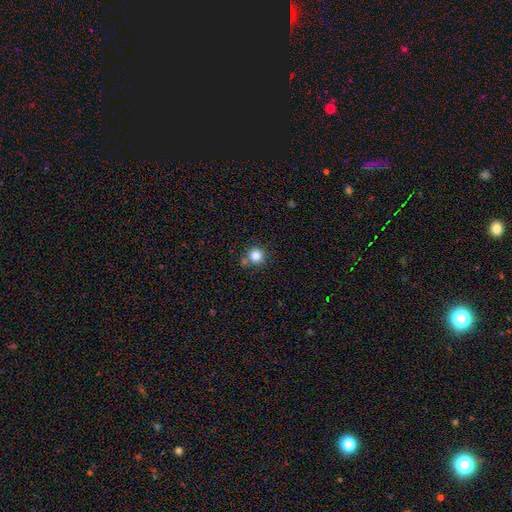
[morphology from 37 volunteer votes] type=smooth (92%); roundness=round (100%); merging=none (83%).